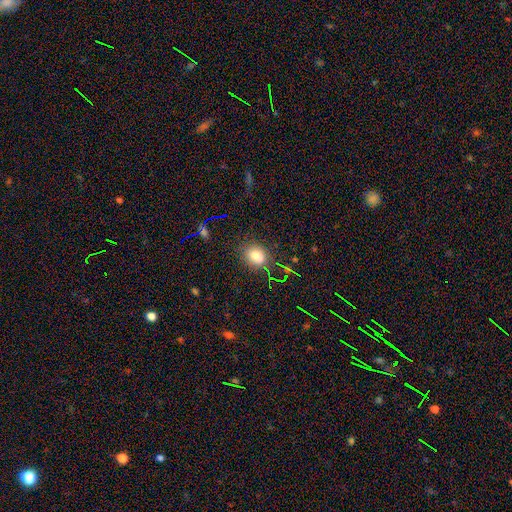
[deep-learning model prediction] A smooth galaxy with no disk features (73%) that is round (60%). Merging: none (80%).